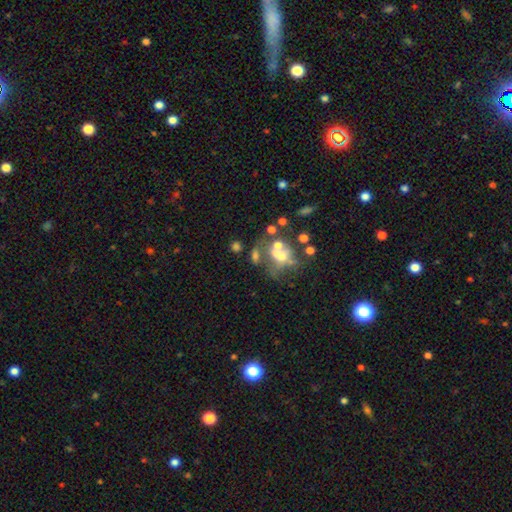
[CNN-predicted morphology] type=featured or disk (39%); merging=merger (38%).